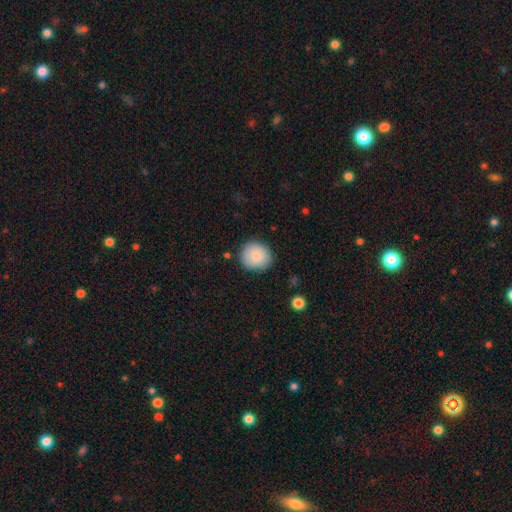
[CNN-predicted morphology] This is clearly a smooth galaxy (83%). How rounded: clearly round (88%). Merging: clearly none (84%).